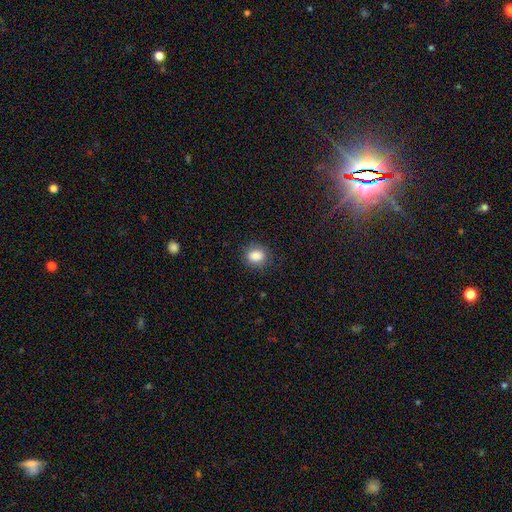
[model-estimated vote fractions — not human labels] A smooth galaxy with no disk features (85%) that is round (51%).

Vote fractions:
- Smooth or featured? smooth: 85% / star or artifact: 9% / featured or disk: 6%
- How rounded? round: 51% / in between: 47% / cigar-shaped: 1%
- Merging? none: 83% / minor disturbance: 13% / major disturbance: 4% / merger: 1%